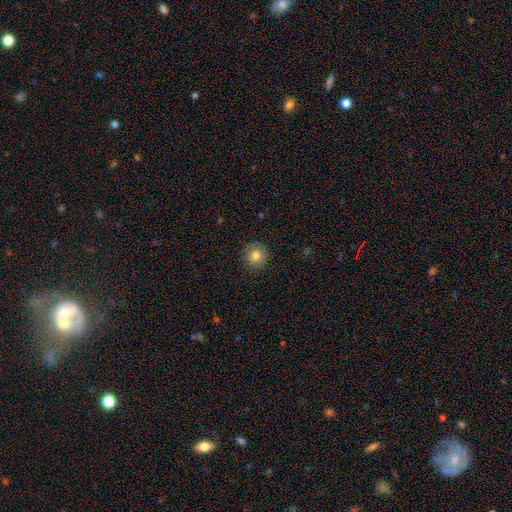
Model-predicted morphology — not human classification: Q: Smooth or featured?
A: smooth (81%); runner-up: star or artifact (11%)
Q: How rounded?
A: round (94%); runner-up: in between (5%)
Q: Merging?
A: none (89%); runner-up: minor disturbance (8%)